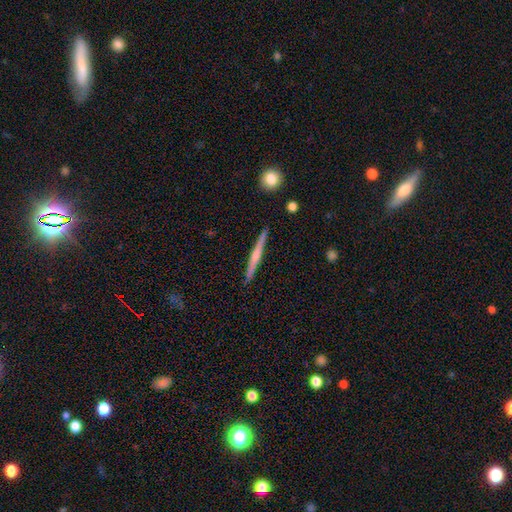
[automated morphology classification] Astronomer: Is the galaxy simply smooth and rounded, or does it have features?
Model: featured or disk — 63%.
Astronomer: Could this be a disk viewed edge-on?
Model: yes — 98%.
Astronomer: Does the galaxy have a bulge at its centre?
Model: rounded — 61%.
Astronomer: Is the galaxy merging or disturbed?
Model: none — 92%.